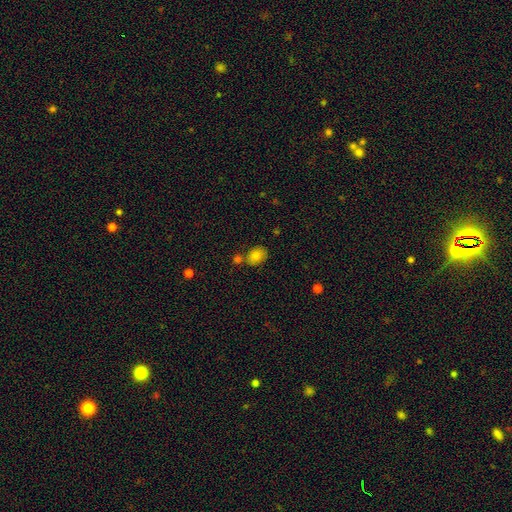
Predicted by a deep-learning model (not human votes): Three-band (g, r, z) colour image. It shows a smooth galaxy with no disk features (81%) that is in between round and cigar-shaped (56%). Merging: none (63%).